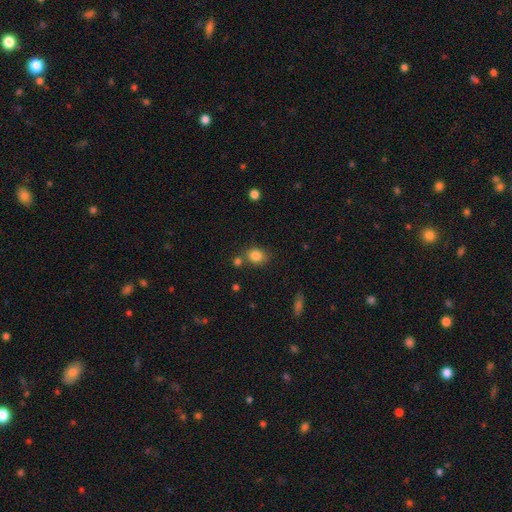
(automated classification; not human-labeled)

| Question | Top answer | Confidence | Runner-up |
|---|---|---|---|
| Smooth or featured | smooth | 84% | star or artifact (10%) |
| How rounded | round | 51% | in between (48%) |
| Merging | none | 67% | merger (16%) |